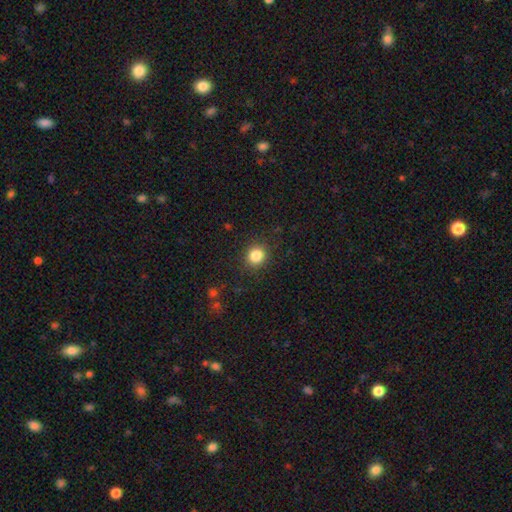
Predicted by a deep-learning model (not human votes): This appears to be a smooth galaxy with no disk features (84%) that is round (84%). Merging: none (88%).